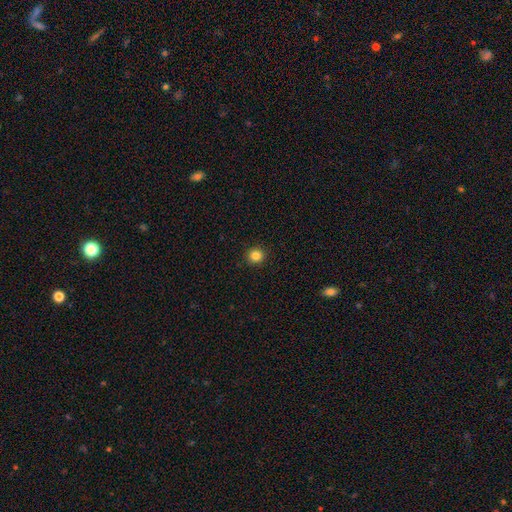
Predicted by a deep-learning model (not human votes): Morphology: type=smooth (84%); roundness=round (92%); merging=none (93%).